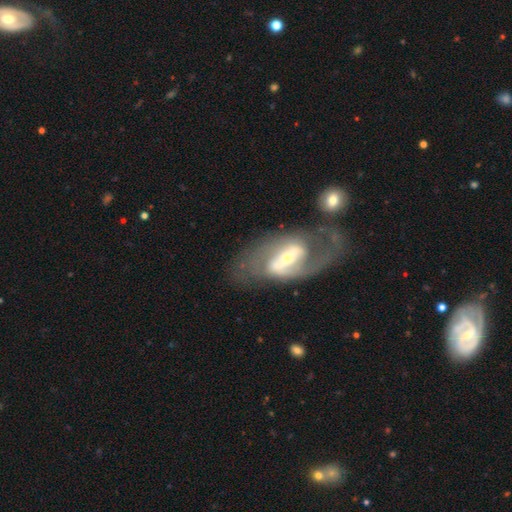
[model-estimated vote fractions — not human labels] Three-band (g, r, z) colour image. It shows a featured or disk galaxy (85%) with a strong bar (47%), 2 (85%) medium (51%) spiral arms (92%) and a moderate central bulge (47%). Merging: none (62%).